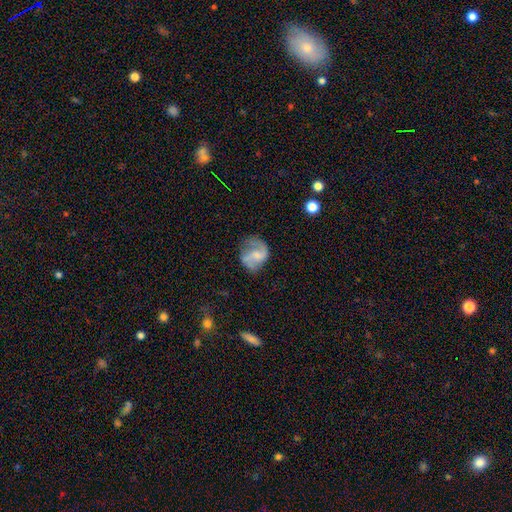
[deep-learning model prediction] The model was most divided on "bar": weak: 44%, no: 40%, strong: 15%. Remaining: edge-on disk — no (98%); spiral arms — yes (85%); spiral arm count — 2 (80%); smooth or featured — featured or disk (66%); merging — none (57%); spiral winding — loose (47%); bulge size — small (36%).